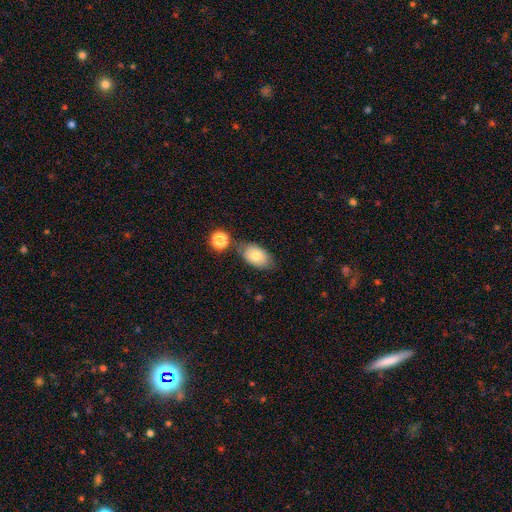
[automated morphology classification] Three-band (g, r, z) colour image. It shows a smooth galaxy with no disk features (75%) that is in between round and cigar-shaped (87%). Merging: none (68%).